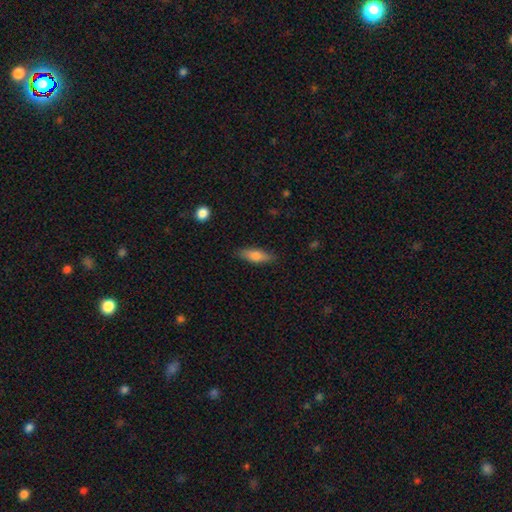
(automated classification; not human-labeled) Smooth or featured? Predicted: smooth (p=0.74). How rounded? Predicted: in between (p=0.56). Merging? Predicted: none (p=0.85).